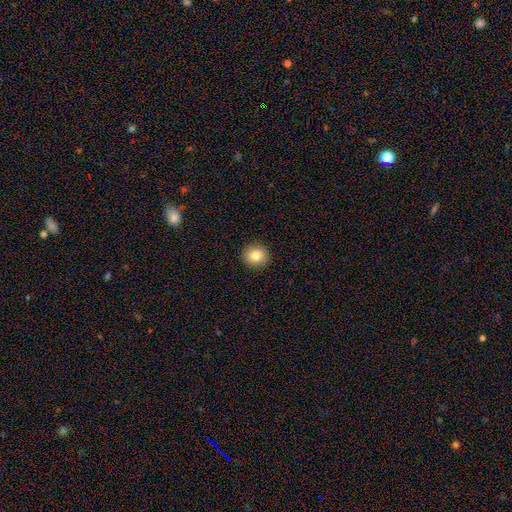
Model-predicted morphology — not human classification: A smooth galaxy with no disk features (83%) that is round (88%).

Vote fractions:
- Smooth or featured? smooth: 83% / star or artifact: 10% / featured or disk: 8%
- How rounded? round: 88% / in between: 11% / cigar-shaped: 1%
- Merging? none: 92% / minor disturbance: 5% / major disturbance: 2% / merger: 1%